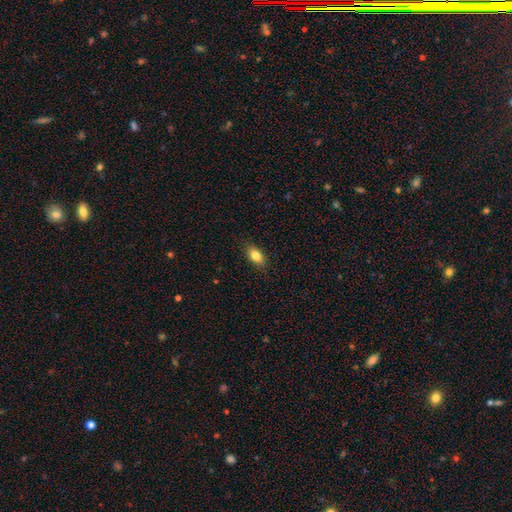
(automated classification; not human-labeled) smooth_or_featured: smooth (p=0.83) [alt: featured or disk p=0.09]
how_rounded: in between (p=0.86) [alt: round p=0.08]
merging: none (p=0.86) [alt: minor disturbance p=0.11]